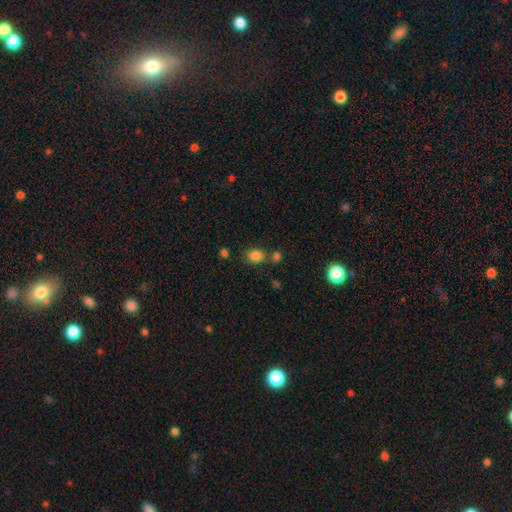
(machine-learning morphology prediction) This is clearly a smooth galaxy (83%). How rounded: likely in between (66%). Merging: likely none (66%).